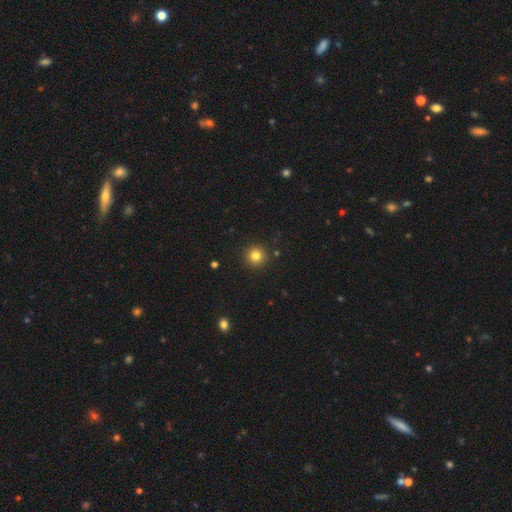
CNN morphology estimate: smooth_or_featured: smooth (p=0.80) [alt: star or artifact p=0.13]
how_rounded: round (p=0.95) [alt: in between p=0.04]
merging: none (p=0.91) [alt: minor disturbance p=0.05]